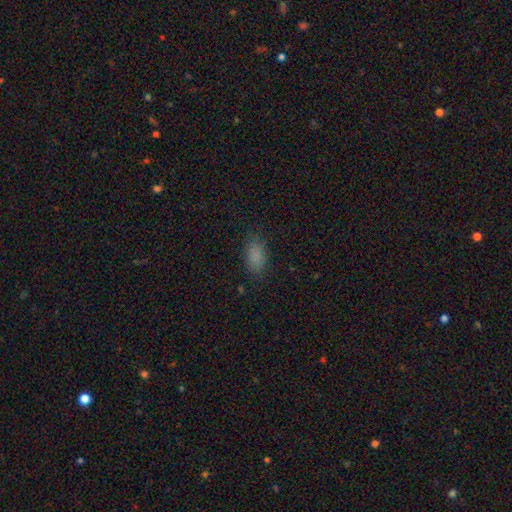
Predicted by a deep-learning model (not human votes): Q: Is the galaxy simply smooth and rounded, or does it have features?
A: smooth — 85%.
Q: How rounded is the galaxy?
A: in between — 90%.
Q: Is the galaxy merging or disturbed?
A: none — 82%.